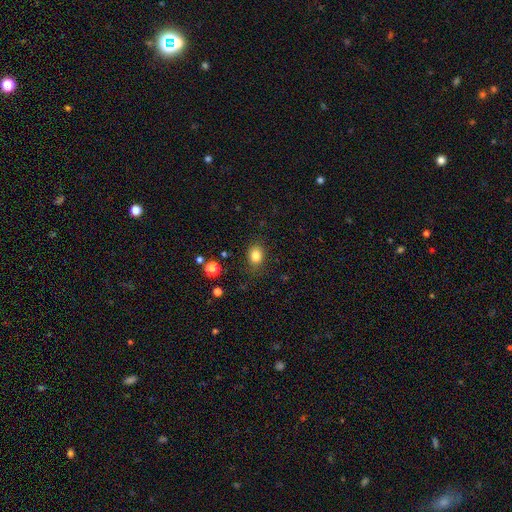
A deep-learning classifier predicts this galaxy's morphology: Q: Smooth or featured?
A: smooth (83%); runner-up: star or artifact (11%)
Q: How rounded?
A: in between (53%); runner-up: round (46%)
Q: Merging?
A: none (82%); runner-up: minor disturbance (13%)